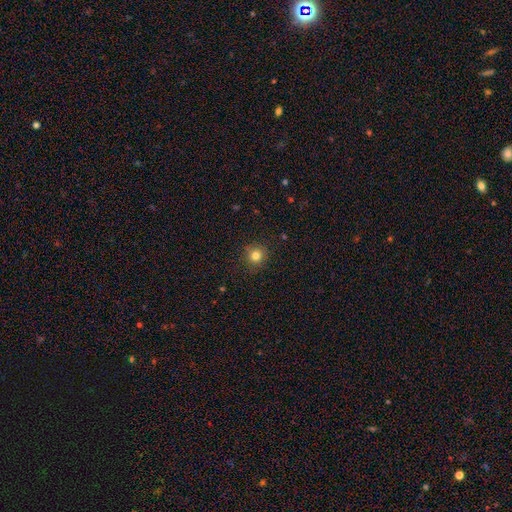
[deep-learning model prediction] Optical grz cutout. It shows a smooth galaxy with no disk features (81%) that is round (91%). Merging: none (88%).